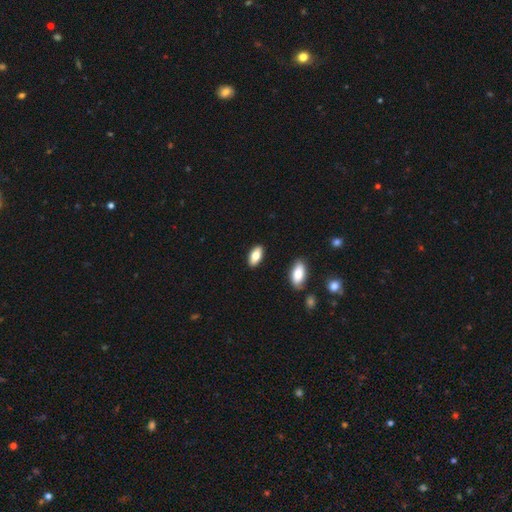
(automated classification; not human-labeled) smooth 77%, featured or disk 16%, star or artifact 6%. Down the decision tree: how rounded — in between (88%); merging — none (88%).